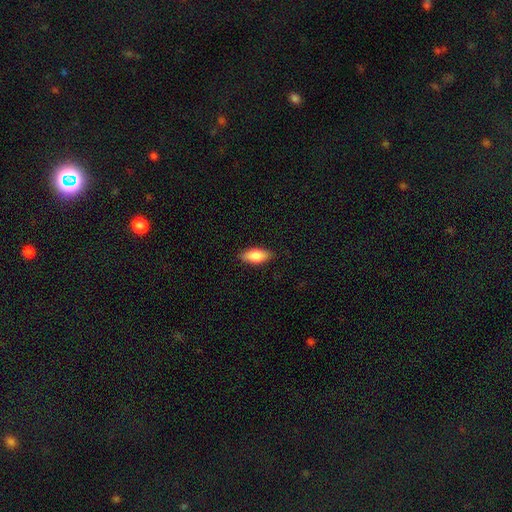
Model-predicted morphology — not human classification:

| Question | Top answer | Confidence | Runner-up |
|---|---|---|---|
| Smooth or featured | smooth | 78% | featured or disk (16%) |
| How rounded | in between | 83% | cigar-shaped (14%) |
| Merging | none | 87% | minor disturbance (10%) |